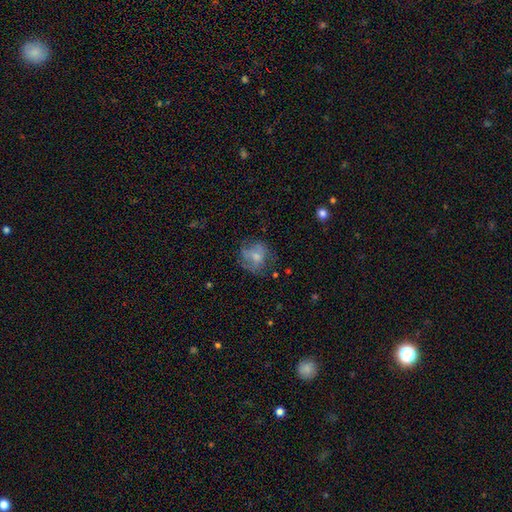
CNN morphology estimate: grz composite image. It shows a smooth galaxy with no disk features (57%) that is round (69%). Merging: none (53%).